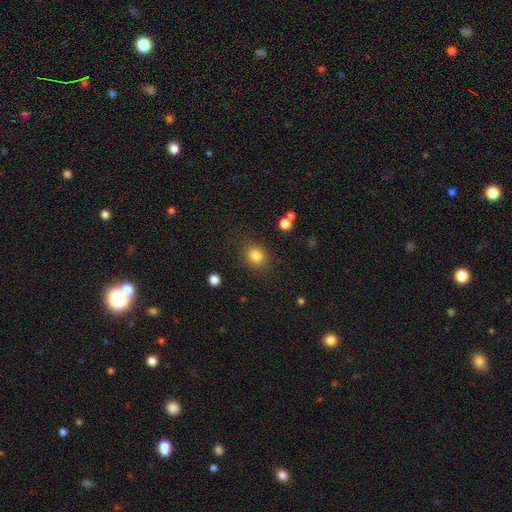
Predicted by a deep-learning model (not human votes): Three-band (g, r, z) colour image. It shows a smooth galaxy with no disk features (82%) that is round (78%). Merging: none (85%).